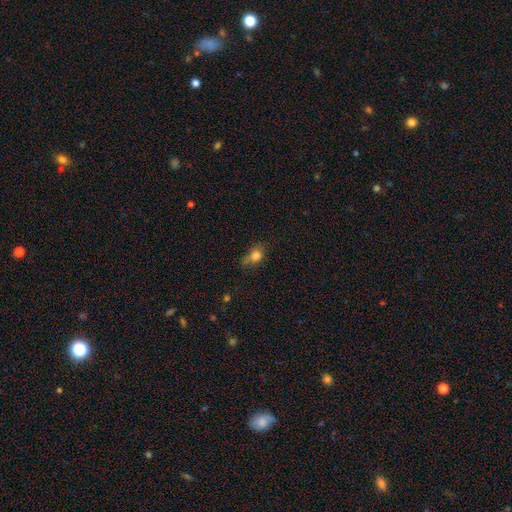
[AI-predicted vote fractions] The model was most divided on "how rounded": in between: 55%, round: 41%, cigar-shaped: 4%. Remaining: smooth or featured — smooth (78%); merging — none (50%).